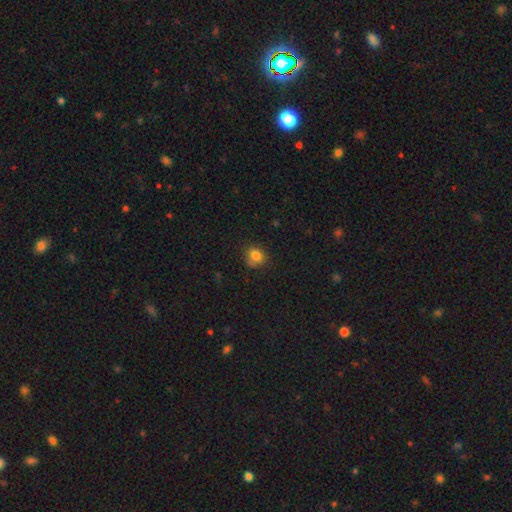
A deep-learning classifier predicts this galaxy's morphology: smooth-or-featured: smooth: 81% | star or artifact: 12% | featured or disk: 7%
  how-rounded: round: 76% | in between: 24% | cigar-shaped: 1%
  merging: none: 67% | minor disturbance: 21% | merger: 6% | major disturbance: 5%